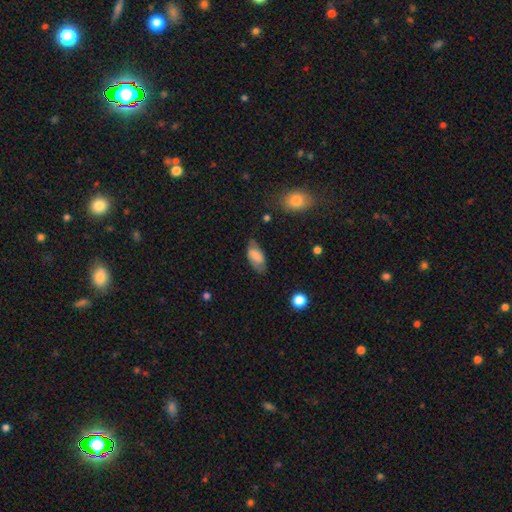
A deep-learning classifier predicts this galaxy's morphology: smooth 72%, featured or disk 20%, star or artifact 8%. Down the decision tree: how rounded — in between (91%); merging — none (64%).